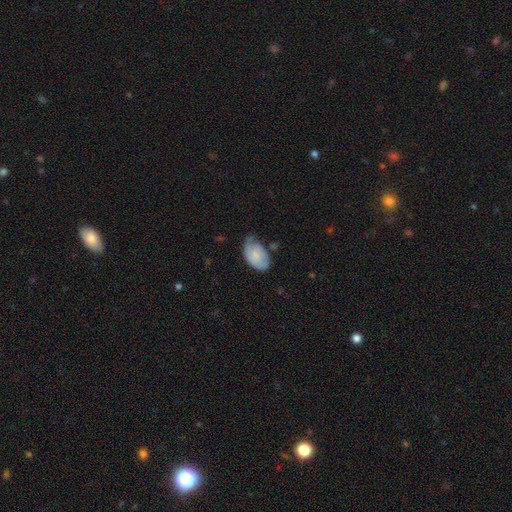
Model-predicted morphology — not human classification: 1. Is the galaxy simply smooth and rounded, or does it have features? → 69% smooth, 25% featured or disk, 6% star or artifact.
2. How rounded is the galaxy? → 92% in between, 7% round, 1% cigar-shaped.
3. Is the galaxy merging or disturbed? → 44% minor disturbance, 38% none, 14% major disturbance, 3% merger.